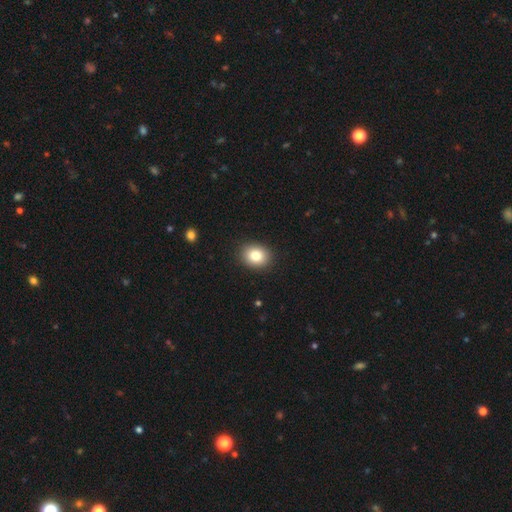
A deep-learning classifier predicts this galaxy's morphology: smooth-or-featured: smooth: 83% | star or artifact: 9% | featured or disk: 8%
  how-rounded: in between: 50% | round: 49% | cigar-shaped: 1%
  merging: none: 90% | minor disturbance: 7% | major disturbance: 2% | merger: 1%